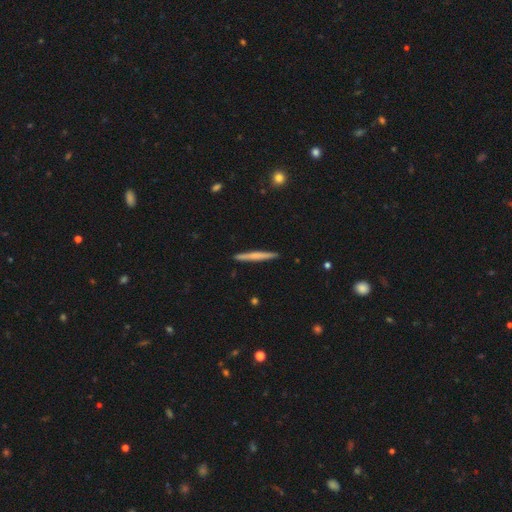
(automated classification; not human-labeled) A smooth galaxy with no disk features (55%) that is cigar-shaped (96%).

Vote fractions:
- Smooth or featured? smooth: 55% / featured or disk: 40% / star or artifact: 5%
- How rounded? cigar-shaped: 96% / in between: 2% / round: 1%
- Merging? none: 92% / minor disturbance: 6% / major disturbance: 1% / merger: 1%